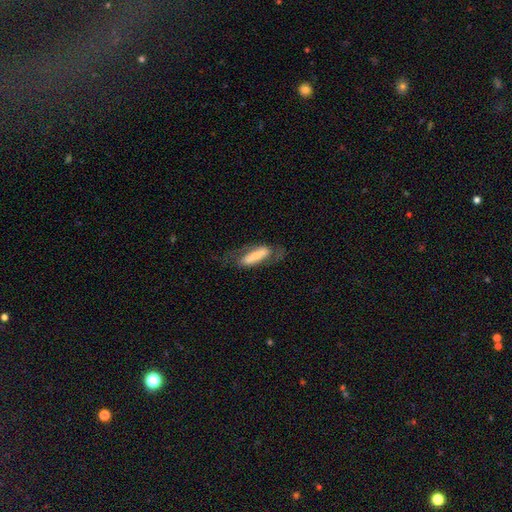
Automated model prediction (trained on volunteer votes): Smooth or featured? smooth (49%)
Merging? none (59%)